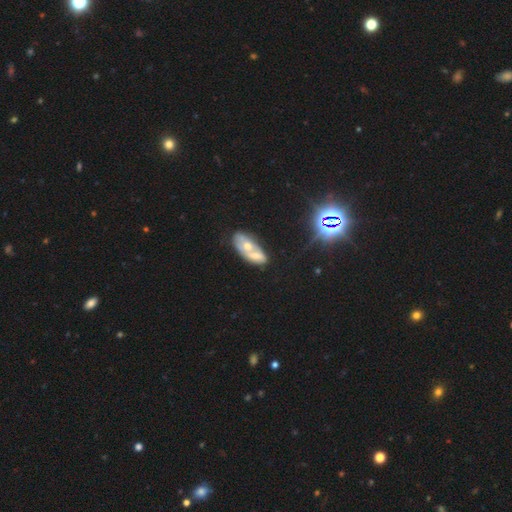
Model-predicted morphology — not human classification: Overall: featured or disk (48%; smooth 42%). Merging: merger (60%).